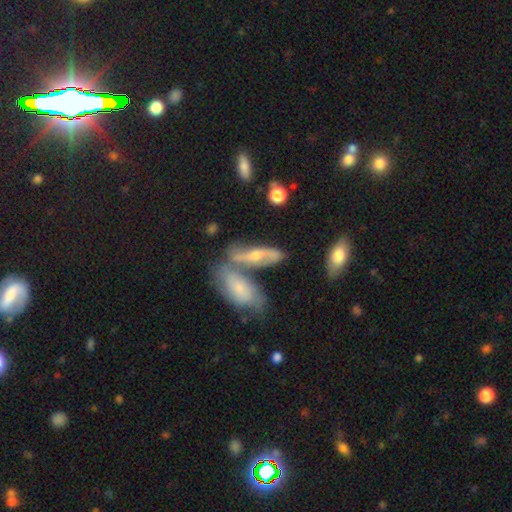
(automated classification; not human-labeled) Smooth or featured? featured or disk (59%)
Edge-on disk? no (54%)
Merging? none (41%)